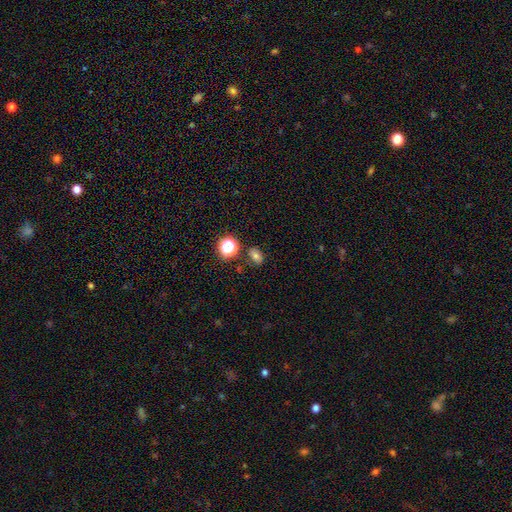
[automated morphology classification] Q: Smooth or featured?
A: smooth (65%); runner-up: star or artifact (22%)
Q: How rounded?
A: in between (60%); runner-up: round (39%)
Q: Merging?
A: none (78%); runner-up: minor disturbance (13%)